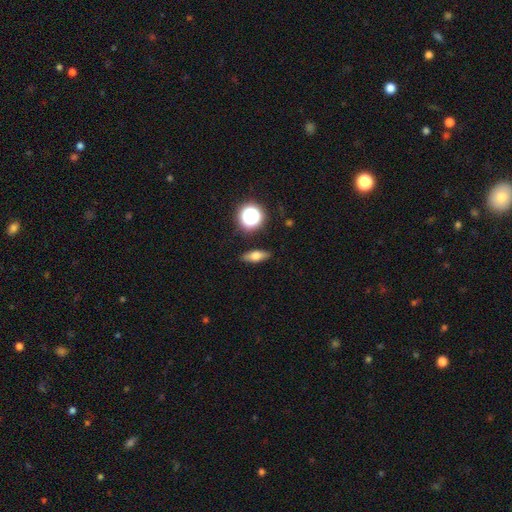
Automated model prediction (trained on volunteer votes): A smooth galaxy with no disk features (63%) that is in between round and cigar-shaped (55%).

Vote fractions:
- Smooth or featured? smooth: 63% / featured or disk: 25% / star or artifact: 12%
- How rounded? in between: 55% / cigar-shaped: 33% / round: 12%
- Merging? none: 87% / minor disturbance: 9% / major disturbance: 2% / merger: 2%